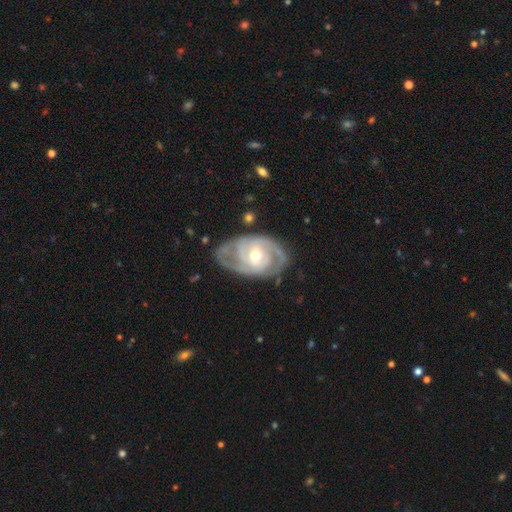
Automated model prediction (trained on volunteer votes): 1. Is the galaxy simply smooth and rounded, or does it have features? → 84% featured or disk, 11% smooth, 4% star or artifact.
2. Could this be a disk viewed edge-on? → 95% no, 5% yes.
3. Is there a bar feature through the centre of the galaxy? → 56% no, 33% weak, 10% strong.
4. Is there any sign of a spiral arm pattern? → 90% yes, 10% no.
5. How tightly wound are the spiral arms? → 56% tight, 34% medium, 9% loose.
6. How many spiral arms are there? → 59% 2, 20% can't tell, 11% 3, 4% 1, 3% 4, 2% more than 4.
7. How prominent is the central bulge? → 58% moderate, 38% small, 3% large, 1% none, 1% dominant.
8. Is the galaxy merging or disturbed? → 72% none, 18% minor disturbance, 8% major disturbance, 2% merger.